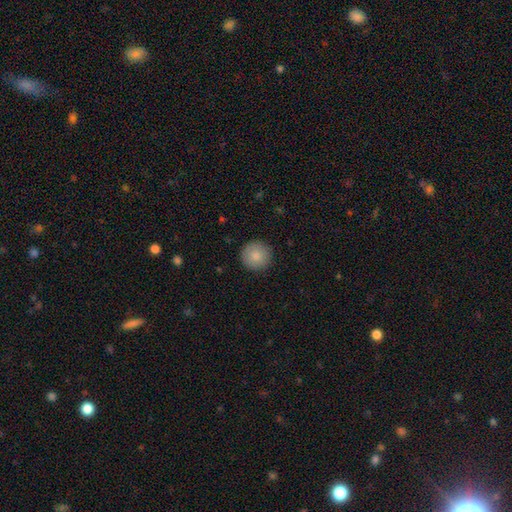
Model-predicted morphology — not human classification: A smooth galaxy with no disk features (86%) that is round (96%).

Vote fractions:
- Smooth or featured? smooth: 86% / star or artifact: 8% / featured or disk: 6%
- How rounded? round: 96% / in between: 3% / cigar-shaped: 1%
- Merging? none: 91% / minor disturbance: 6% / major disturbance: 2% / merger: 1%